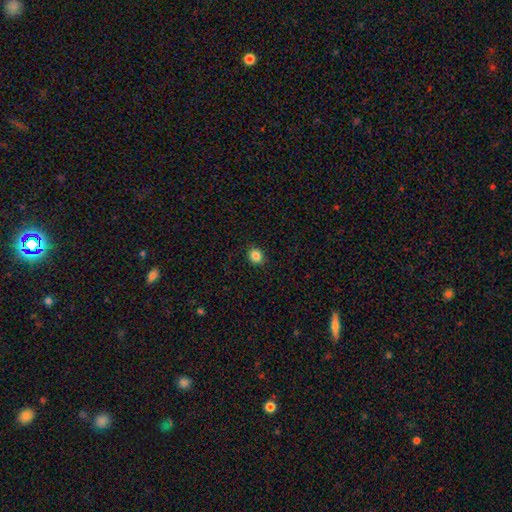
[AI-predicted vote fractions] This appears to be a smooth galaxy with no disk features (85%) that is round (73%). Merging: none (89%).